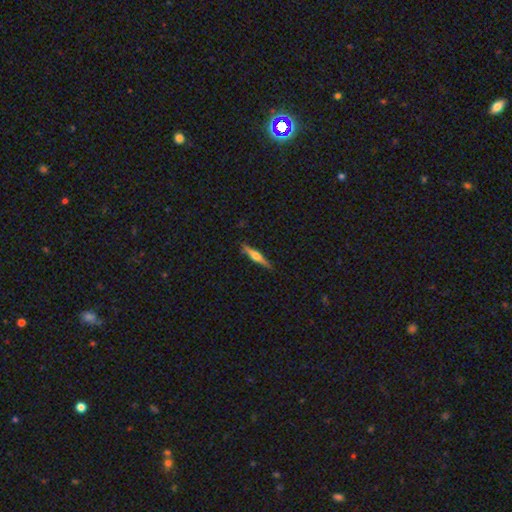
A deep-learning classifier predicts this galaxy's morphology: Smooth or featured? Predicted: featured or disk (p=0.60). Edge-on disk? Predicted: yes (p=0.97). Edge-on bulge? Predicted: rounded (p=0.89). Merging? Predicted: none (p=0.88).